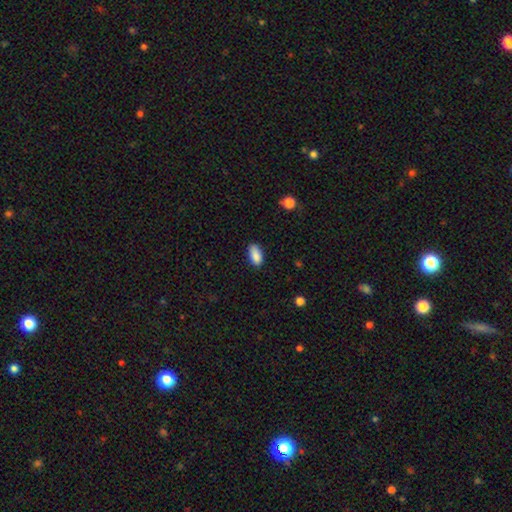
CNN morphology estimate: smooth_or_featured: smooth (p=0.88) [alt: star or artifact p=0.08]
how_rounded: in between (p=0.92) [alt: cigar-shaped p=0.05]
merging: none (p=0.79) [alt: minor disturbance p=0.17]